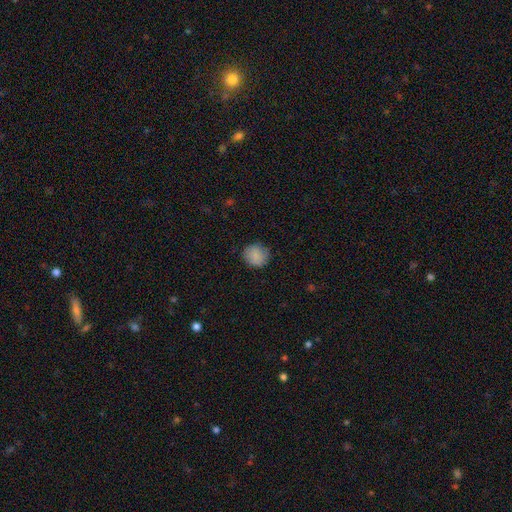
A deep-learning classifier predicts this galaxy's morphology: A smooth galaxy with no disk features (87%) that is round (87%).

Vote fractions:
- Smooth or featured? smooth: 87% / star or artifact: 8% / featured or disk: 5%
- How rounded? round: 87% / in between: 12% / cigar-shaped: 1%
- Merging? none: 85% / minor disturbance: 11% / major disturbance: 3% / merger: 1%